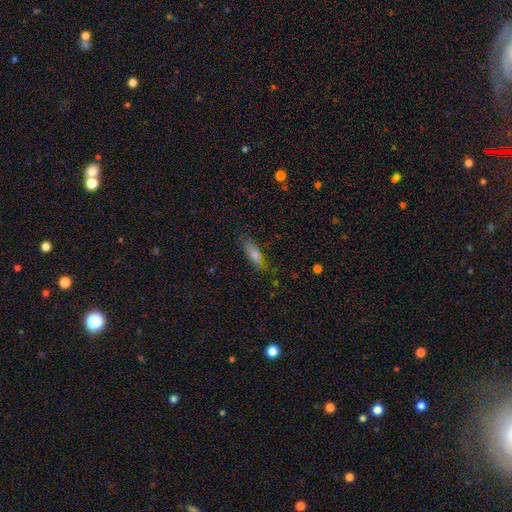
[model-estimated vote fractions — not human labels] Morphology: type=smooth (52%); roundness=cigar-shaped (58%); merging=none (77%).